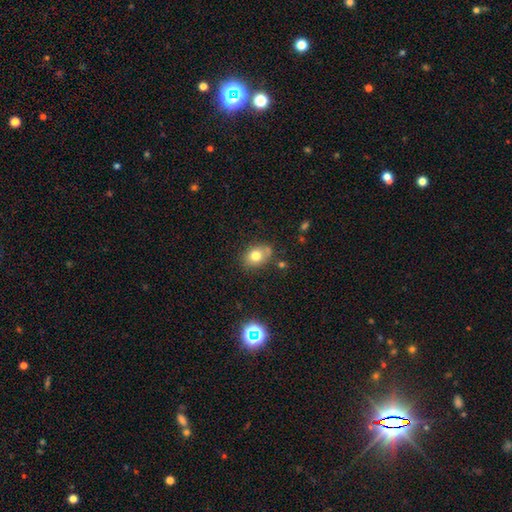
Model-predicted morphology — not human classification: A smooth galaxy with no disk features (76%) that is in between round and cigar-shaped (58%). Merging: none (68%).